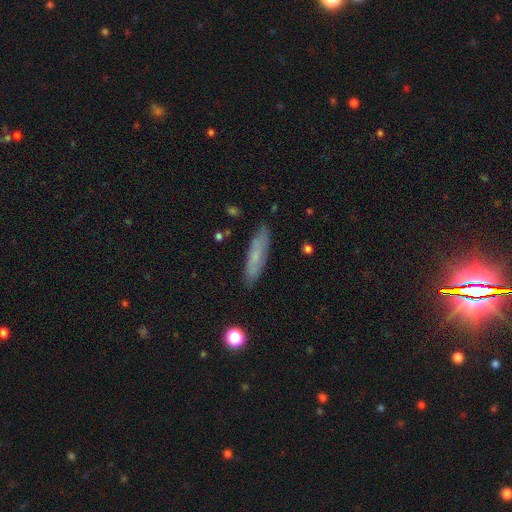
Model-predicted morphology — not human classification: smooth-or-featured: smooth: 61% | featured or disk: 31% | star or artifact: 8%
  how-rounded: cigar-shaped: 76% | in between: 22% | round: 2%
  merging: none: 86% | minor disturbance: 11% | major disturbance: 2% | merger: 1%